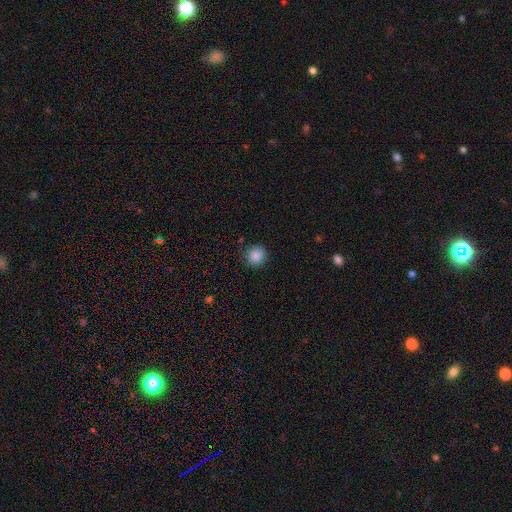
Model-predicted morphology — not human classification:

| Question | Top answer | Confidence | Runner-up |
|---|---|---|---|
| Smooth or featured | smooth | 87% | star or artifact (10%) |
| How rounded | round | 92% | in between (7%) |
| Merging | none | 86% | minor disturbance (10%) |